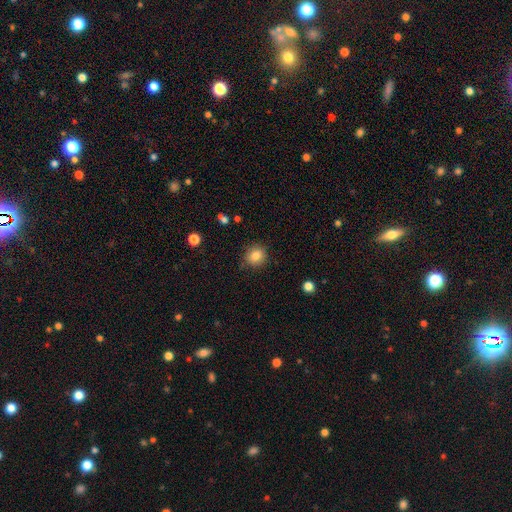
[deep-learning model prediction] This appears to be a smooth galaxy with no disk features (84%) that is round (82%). Merging: none (86%).